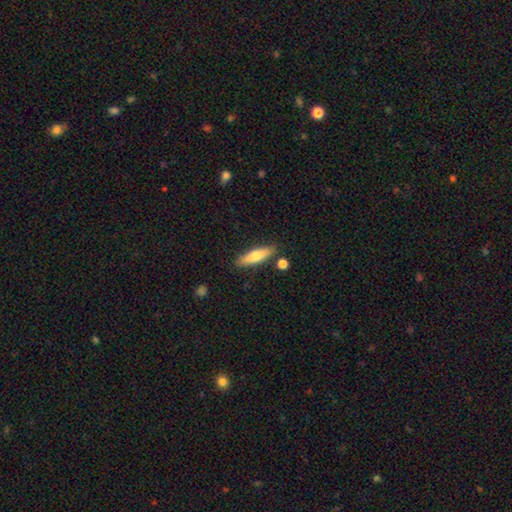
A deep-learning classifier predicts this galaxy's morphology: Smooth or featured? Predicted: smooth (p=0.67). How rounded? Predicted: cigar-shaped (p=0.66). Merging? Predicted: none (p=0.84).